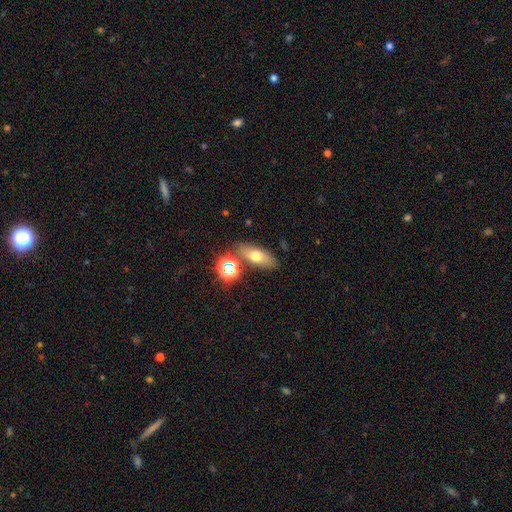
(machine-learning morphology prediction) The model was most divided on "smooth or featured": smooth: 62%, featured or disk: 24%, star or artifact: 14%. More confident: merging — none (78%); how rounded — in between (66%).